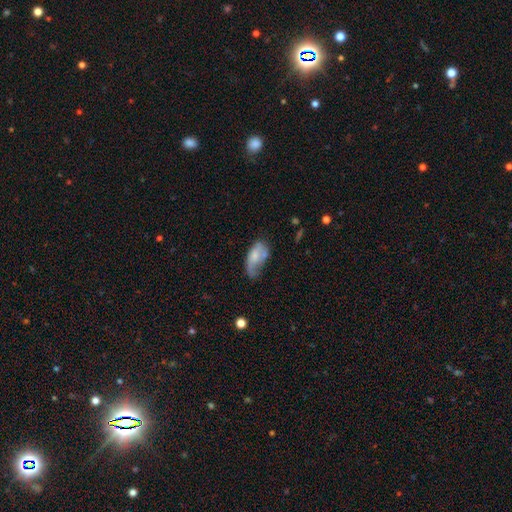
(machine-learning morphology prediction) Overall: smooth (52%; featured or disk 41%). How rounded: in between (91%). Merging: minor disturbance (32%; none 30%).